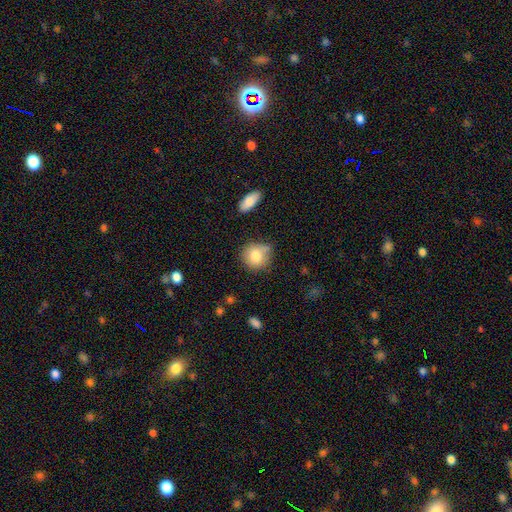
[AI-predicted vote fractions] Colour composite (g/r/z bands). It shows a smooth galaxy with no disk features (80%) that is round (83%). Merging: none (64%).